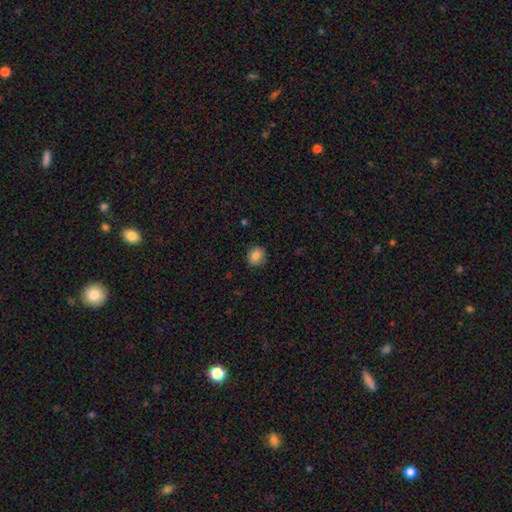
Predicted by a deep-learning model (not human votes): Morphology: type=smooth (85%); roundness=round (66%); merging=none (85%).